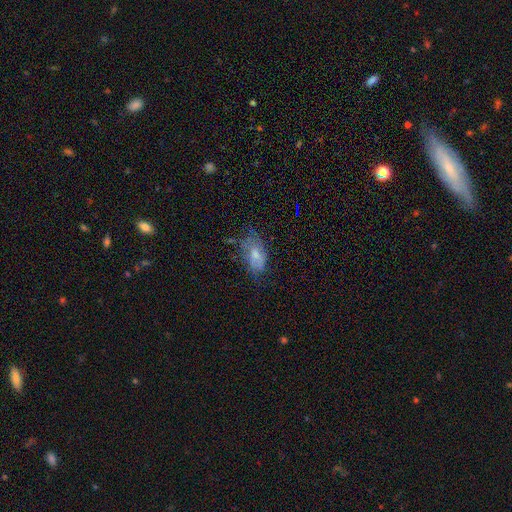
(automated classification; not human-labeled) The model was most divided on "merging": none: 44%, minor disturbance: 34%, major disturbance: 19%, merger: 3%. More confident: how rounded — in between (91%); smooth or featured — smooth (56%).